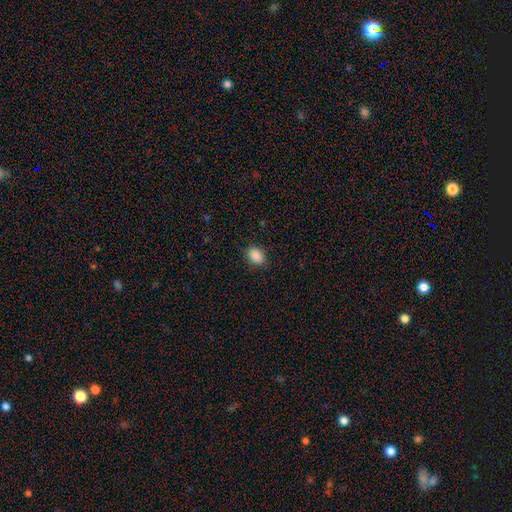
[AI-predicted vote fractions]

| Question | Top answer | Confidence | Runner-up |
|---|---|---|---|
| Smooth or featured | smooth | 89% | star or artifact (8%) |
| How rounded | in between | 78% | round (21%) |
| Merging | none | 85% | minor disturbance (11%) |